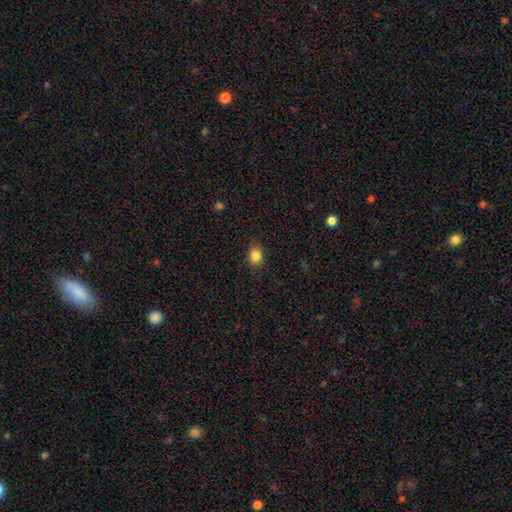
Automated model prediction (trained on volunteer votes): Smooth or featured: smooth — 85% (star or artifact — 10%)
How rounded: in between — 57% (round — 42%)
Merging: none — 85% (minor disturbance — 11%)